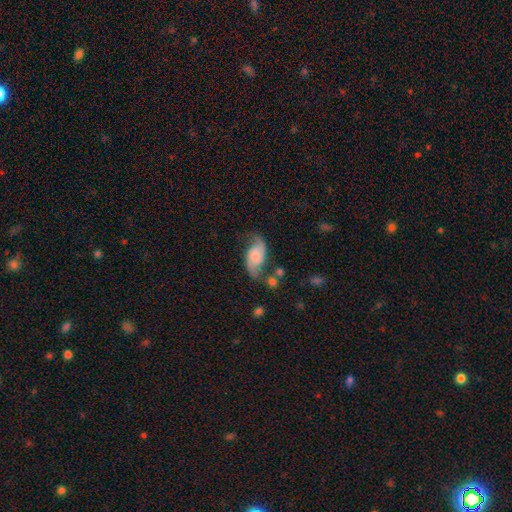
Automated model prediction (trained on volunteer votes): Overall: featured or disk (73%). Edge-on disk: no (97%). Bar: no (57%; weak 34%). Spiral arms: yes (94%). Spiral arm count: 2 (91%). Spiral winding: loose (53%; medium 35%). Bulge size: small (38%; none 28%). Merging: none (58%; minor disturbance 23%).